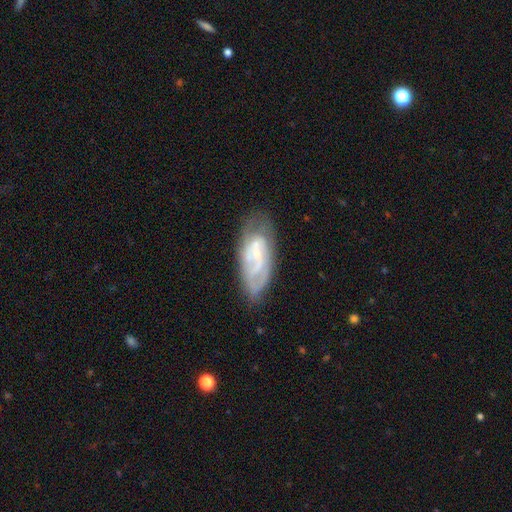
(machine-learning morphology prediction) A featured or disk galaxy (68%) with a weak bar (42%), spiral arms (80%) and a small central bulge (57%).

Vote fractions:
- Smooth or featured? featured or disk: 68% / smooth: 25% / star or artifact: 7%
- Edge-on disk? no: 91% / yes: 9%
- Bar? weak: 42% / no: 39% / strong: 18%
- Spiral arms? yes: 80% / no: 20%
- Bulge size? small: 57% / none: 22% / moderate: 18% / large: 2% / dominant: 1%
- Merging? none: 65% / minor disturbance: 22% / major disturbance: 10% / merger: 3%